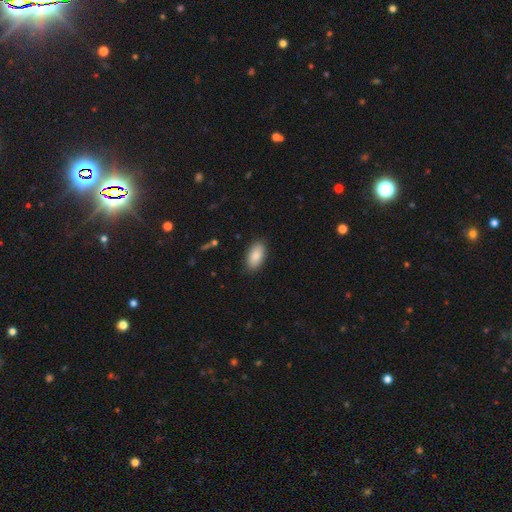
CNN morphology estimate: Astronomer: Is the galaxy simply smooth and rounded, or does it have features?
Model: smooth — 87%.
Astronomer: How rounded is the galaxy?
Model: in between — 94%.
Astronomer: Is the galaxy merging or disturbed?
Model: none — 87%.